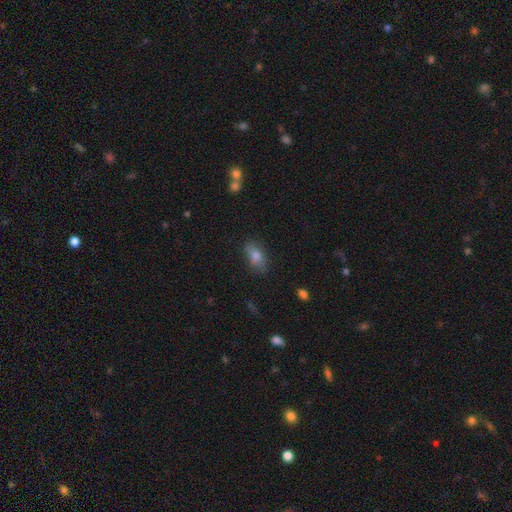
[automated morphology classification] smooth 77%, featured or disk 13%, star or artifact 10%. Down the decision tree: how rounded — in between (85%); merging — none (77%).